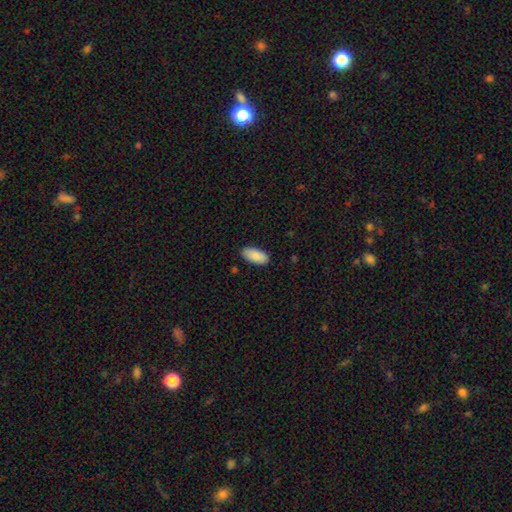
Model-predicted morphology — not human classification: smooth_or_featured: smooth (p=0.90) [alt: star or artifact p=0.06]
how_rounded: in between (p=0.92) [alt: cigar-shaped p=0.06]
merging: none (p=0.86) [alt: minor disturbance p=0.10]